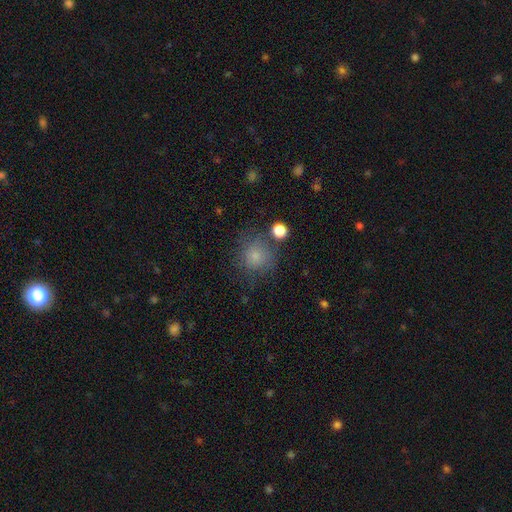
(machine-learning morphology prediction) A smooth galaxy with no disk features (77%) that is round (87%).

Vote fractions:
- Smooth or featured? smooth: 77% / star or artifact: 13% / featured or disk: 10%
- How rounded? round: 87% / in between: 12% / cigar-shaped: 1%
- Merging? none: 67% / minor disturbance: 18% / major disturbance: 9% / merger: 6%